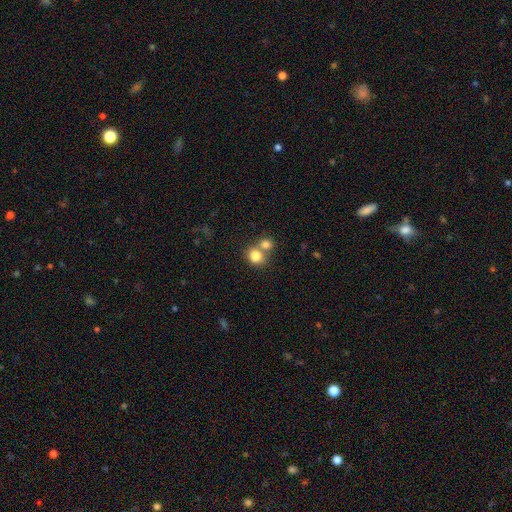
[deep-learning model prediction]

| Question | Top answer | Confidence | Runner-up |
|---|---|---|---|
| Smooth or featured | smooth | 80% | star or artifact (10%) |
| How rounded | round | 74% | in between (25%) |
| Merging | merger | 51% | none (39%) |